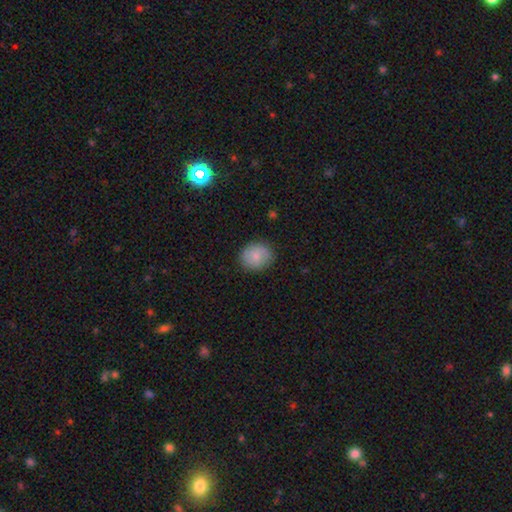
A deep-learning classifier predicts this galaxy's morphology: Smooth or featured: smooth — 79% (featured or disk — 14%)
How rounded: round — 76% (in between — 23%)
Merging: none — 83% (minor disturbance — 13%)